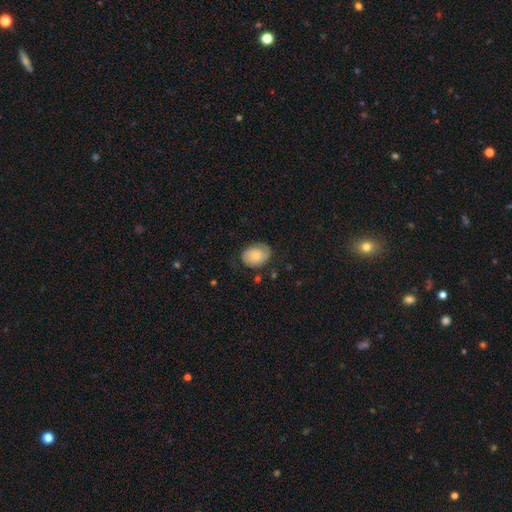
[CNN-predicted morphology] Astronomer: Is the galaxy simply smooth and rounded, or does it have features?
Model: smooth — 60%.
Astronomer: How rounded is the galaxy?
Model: in between — 69%.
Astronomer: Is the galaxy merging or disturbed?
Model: none — 68%.